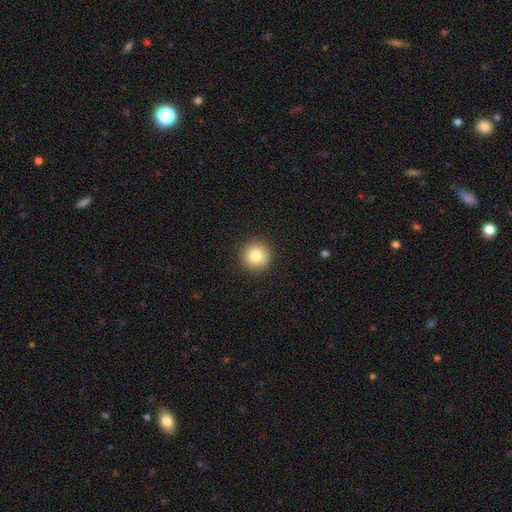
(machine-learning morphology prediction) This appears to be a smooth galaxy with no disk features (82%) that is round (95%). Merging: none (91%).